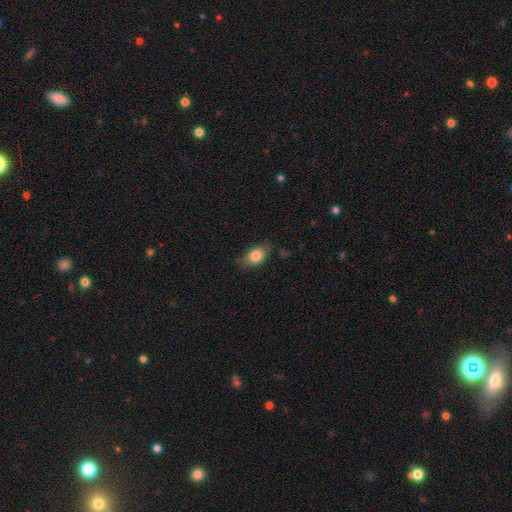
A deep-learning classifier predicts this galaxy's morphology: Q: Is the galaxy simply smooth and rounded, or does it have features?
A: smooth — 81%.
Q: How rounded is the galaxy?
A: in between — 78%.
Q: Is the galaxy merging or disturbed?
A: none — 67%.